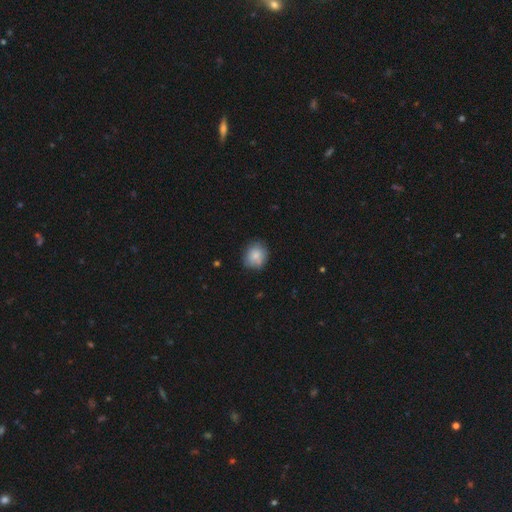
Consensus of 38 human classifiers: Smooth or featured? 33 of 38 (87%) said smooth. How rounded? 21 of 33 (64%) said round. Merging? 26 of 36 (72%) said none.